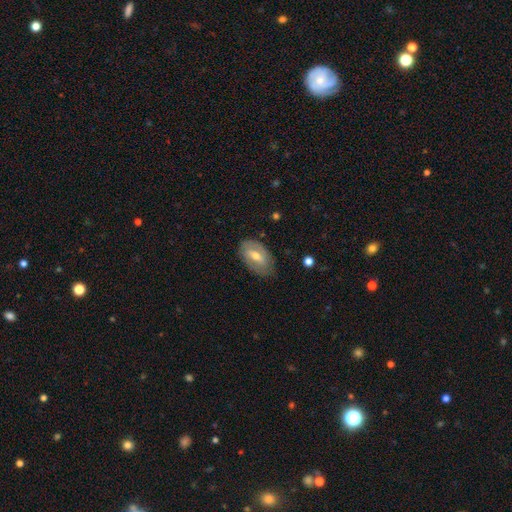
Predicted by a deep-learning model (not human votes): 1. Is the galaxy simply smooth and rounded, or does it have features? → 60% featured or disk, 34% smooth, 6% star or artifact.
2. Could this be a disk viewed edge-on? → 92% no, 8% yes.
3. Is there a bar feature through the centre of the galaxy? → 45% weak, 34% strong, 21% no.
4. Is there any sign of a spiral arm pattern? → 64% yes, 36% no.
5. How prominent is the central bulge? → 61% moderate, 32% small, 4% large, 2% none, 1% dominant.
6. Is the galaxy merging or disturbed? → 74% none, 19% minor disturbance, 6% major disturbance, 1% merger.